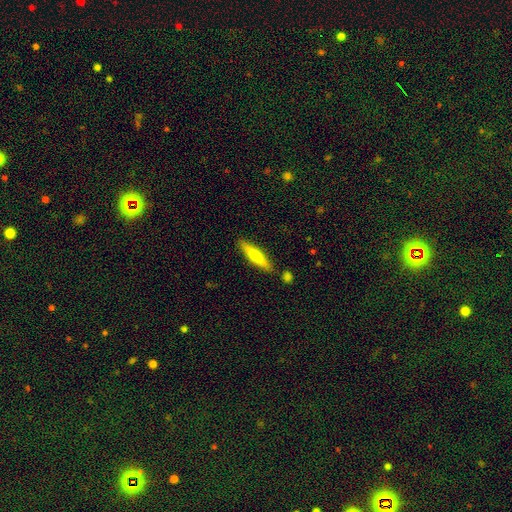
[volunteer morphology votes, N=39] Smooth or featured? 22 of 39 (56%) said smooth. How rounded? 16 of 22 (73%) said cigar-shaped. Merging? 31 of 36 (86%) said none.